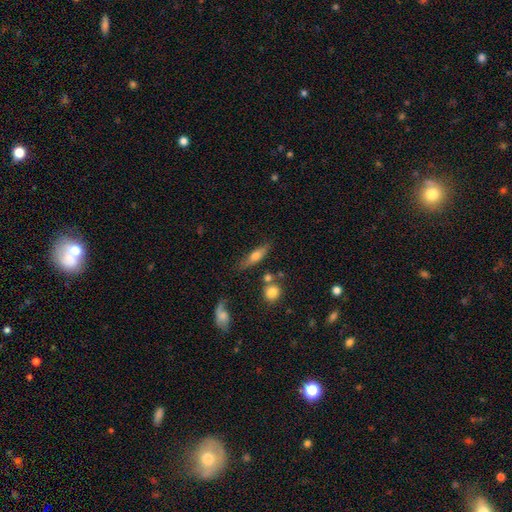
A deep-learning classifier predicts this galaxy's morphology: A smooth galaxy with no disk features (59%) that is cigar-shaped (49%).

Vote fractions:
- Smooth or featured? smooth: 59% / featured or disk: 33% / star or artifact: 8%
- How rounded? cigar-shaped: 49% / in between: 46% / round: 5%
- Merging? none: 67% / minor disturbance: 18% / merger: 9% / major disturbance: 6%